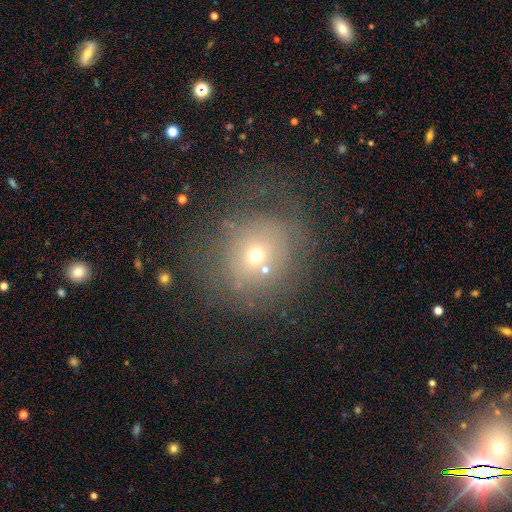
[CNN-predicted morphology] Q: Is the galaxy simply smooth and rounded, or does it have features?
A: smooth — 58%.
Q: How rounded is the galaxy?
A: round — 85%.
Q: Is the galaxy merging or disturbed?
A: none — 63%.